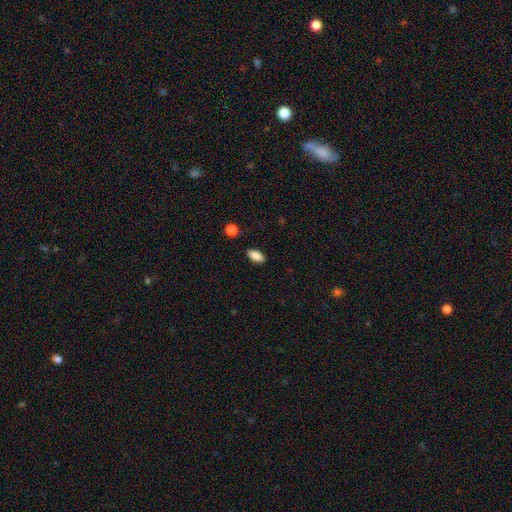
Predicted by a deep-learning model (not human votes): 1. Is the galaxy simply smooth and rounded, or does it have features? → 85% smooth, 8% star or artifact, 7% featured or disk.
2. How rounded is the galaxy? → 89% in between, 8% cigar-shaped, 3% round.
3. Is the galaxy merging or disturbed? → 88% none, 9% minor disturbance, 2% major disturbance, 2% merger.